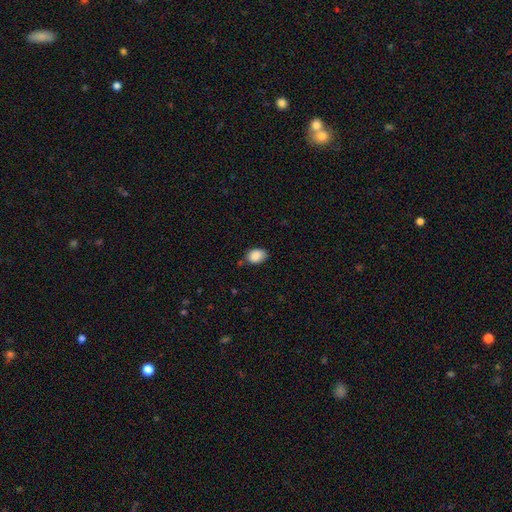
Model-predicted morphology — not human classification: Smooth or featured? smooth (88%)
How rounded? in between (75%)
Merging? none (73%)